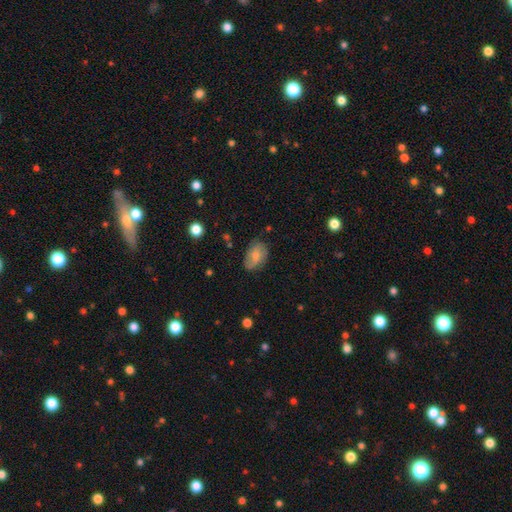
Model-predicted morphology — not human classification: Overall: smooth (73%). How rounded: in between (86%). Merging: none (66%).